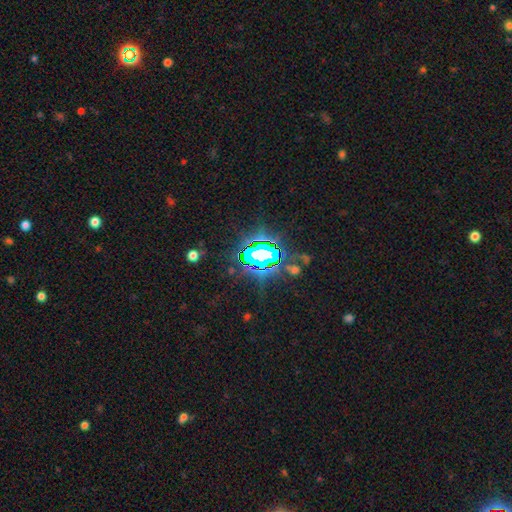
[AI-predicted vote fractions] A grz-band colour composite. It shows a star or artifact, not a galaxy (82%).